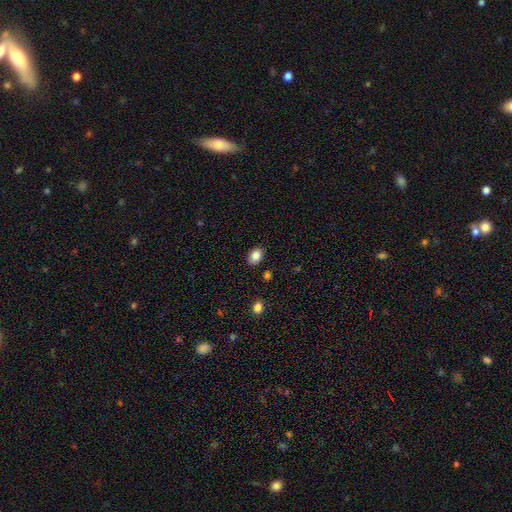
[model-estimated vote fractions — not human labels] Q: Smooth or featured?
A: smooth (85%); runner-up: star or artifact (9%)
Q: How rounded?
A: in between (71%); runner-up: round (28%)
Q: Merging?
A: none (86%); runner-up: minor disturbance (10%)